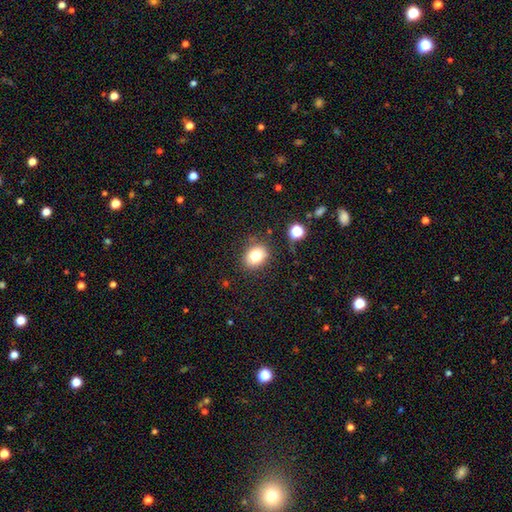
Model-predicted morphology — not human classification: Smooth or featured: smooth — 78% (star or artifact — 11%)
How rounded: in between — 57% (round — 43%)
Merging: none — 81% (minor disturbance — 12%)